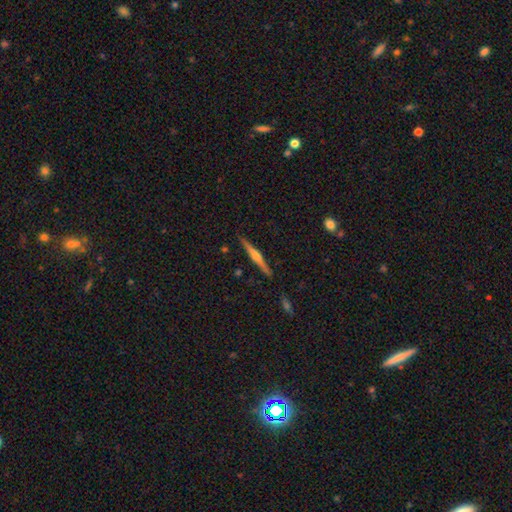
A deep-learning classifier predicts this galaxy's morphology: Smooth or featured: featured or disk — 70% (smooth — 24%)
Edge-on disk: yes — 98% (no — 2%)
Edge-on bulge: rounded — 83% (boxy — 9%)
Merging: none — 90% (minor disturbance — 7%)